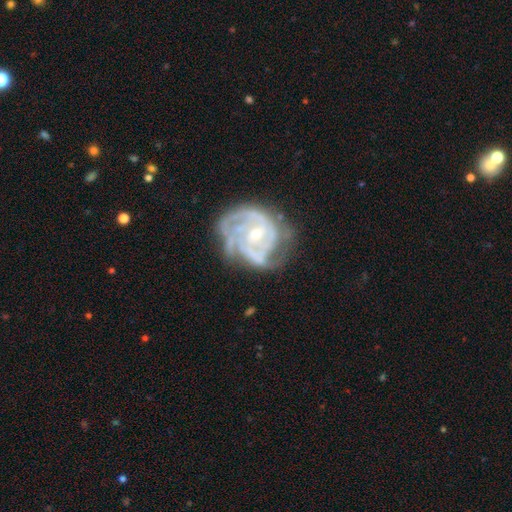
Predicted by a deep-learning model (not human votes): This appears to be a featured or disk galaxy (86%) with no bar (62%), 3 (31%) tight (59%) spiral arms (92%) and a small central bulge (66%). Merging: none (48%).